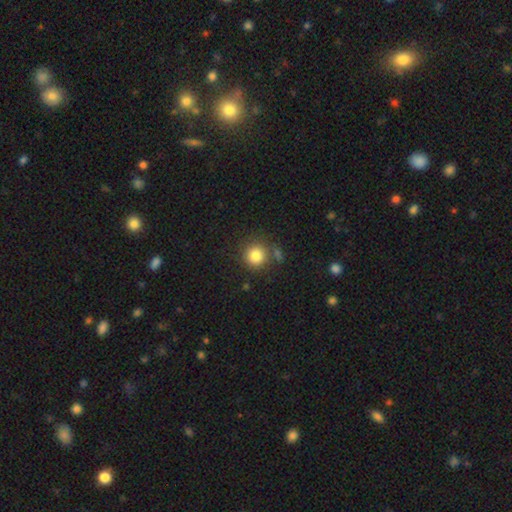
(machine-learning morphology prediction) Smooth or featured: smooth — 83% (star or artifact — 10%)
How rounded: round — 92% (in between — 7%)
Merging: none — 75% (minor disturbance — 11%)